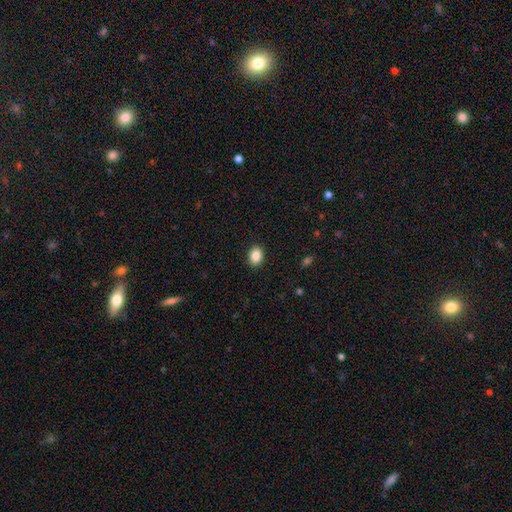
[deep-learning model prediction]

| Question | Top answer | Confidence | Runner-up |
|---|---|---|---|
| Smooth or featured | smooth | 88% | star or artifact (8%) |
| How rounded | in between | 69% | round (30%) |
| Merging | none | 91% | minor disturbance (7%) |